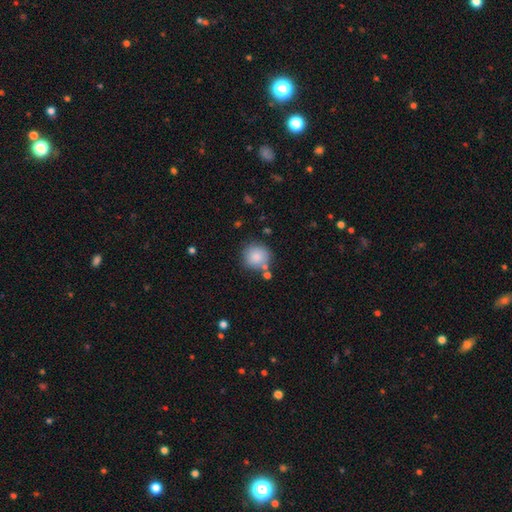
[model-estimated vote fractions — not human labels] Overall: smooth (85%). How rounded: round (92%). Merging: none (75%).